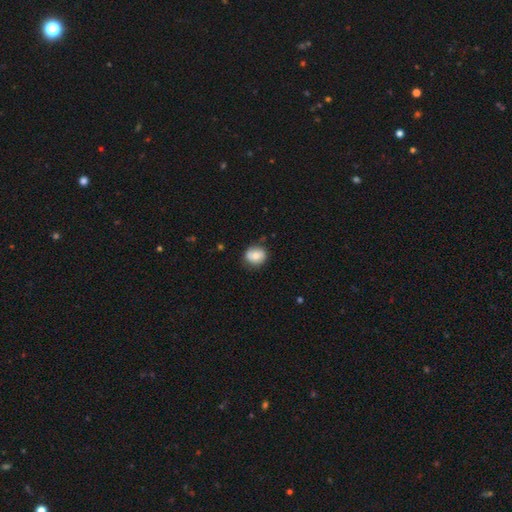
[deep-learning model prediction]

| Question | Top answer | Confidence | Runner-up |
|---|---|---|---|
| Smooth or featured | smooth | 72% | featured or disk (20%) |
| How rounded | round | 70% | in between (29%) |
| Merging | none | 78% | minor disturbance (17%) |